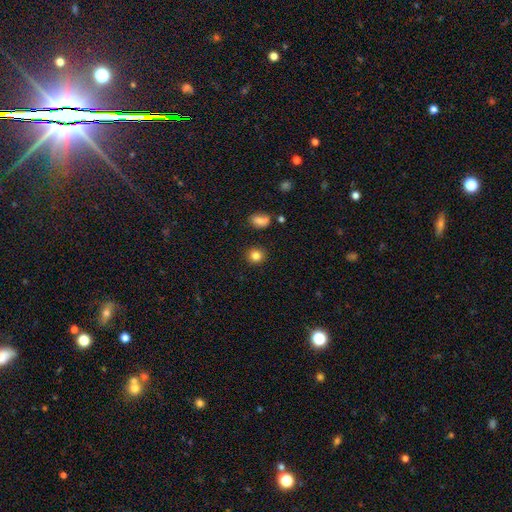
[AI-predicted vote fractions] Overall: smooth (83%). How rounded: round (89%). Merging: none (89%).